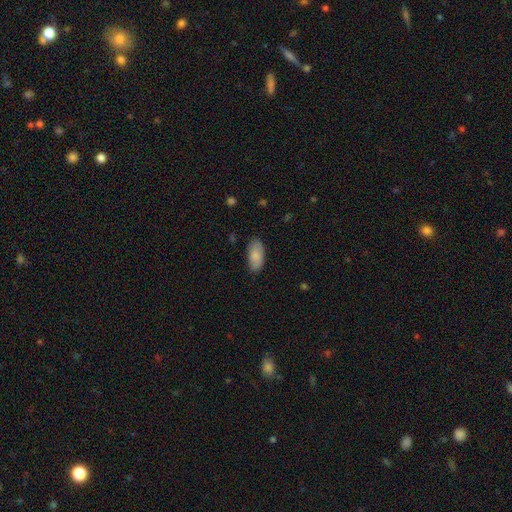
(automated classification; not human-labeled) This is clearly a smooth galaxy (86%). How rounded: clearly in between (94%). Merging: clearly none (83%).